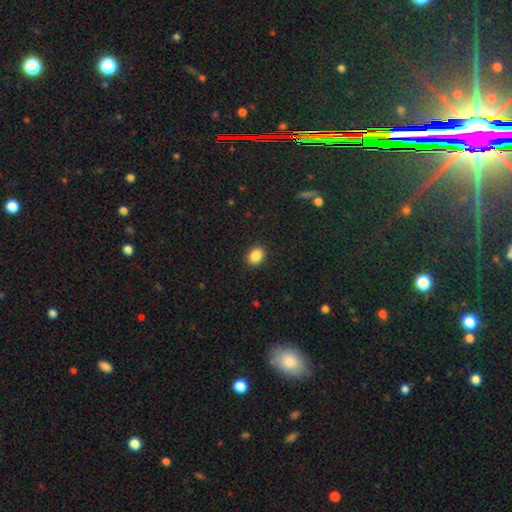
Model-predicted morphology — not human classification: This appears to be a smooth galaxy with no disk features (88%) that is in between round and cigar-shaped (63%). Merging: none (90%).